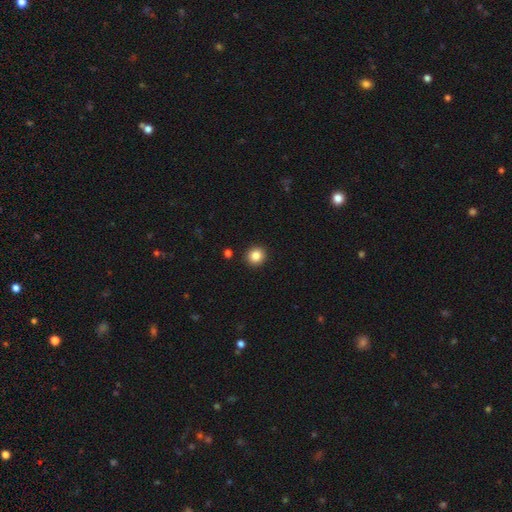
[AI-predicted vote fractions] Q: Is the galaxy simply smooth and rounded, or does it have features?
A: smooth — 85%.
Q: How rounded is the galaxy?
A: round — 90%.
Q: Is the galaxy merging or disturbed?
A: none — 92%.